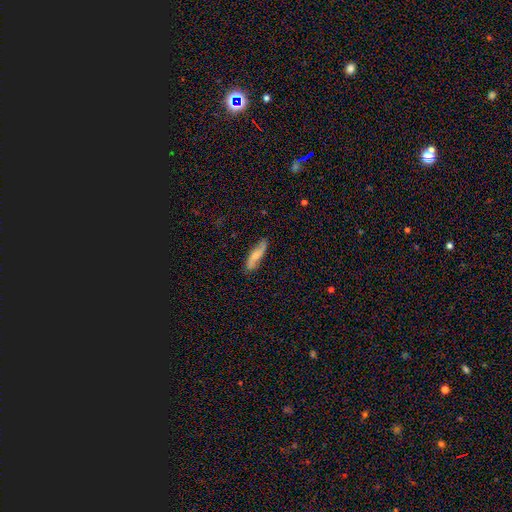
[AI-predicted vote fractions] Smooth or featured? Predicted: featured or disk (p=0.47, tied with smooth). Merging? Predicted: none (p=0.81).